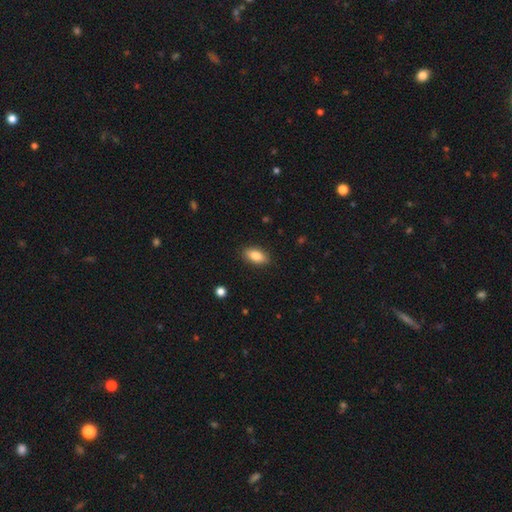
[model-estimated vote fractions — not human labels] smooth_or_featured: smooth (p=0.86) [alt: star or artifact p=0.07]
how_rounded: in between (p=0.91) [alt: cigar-shaped p=0.06]
merging: none (p=0.88) [alt: minor disturbance p=0.09]